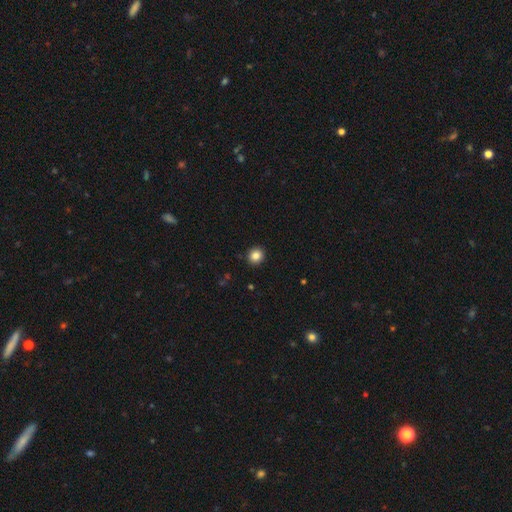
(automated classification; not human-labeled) Morphology: type=smooth (85%); roundness=round (88%); merging=none (92%).